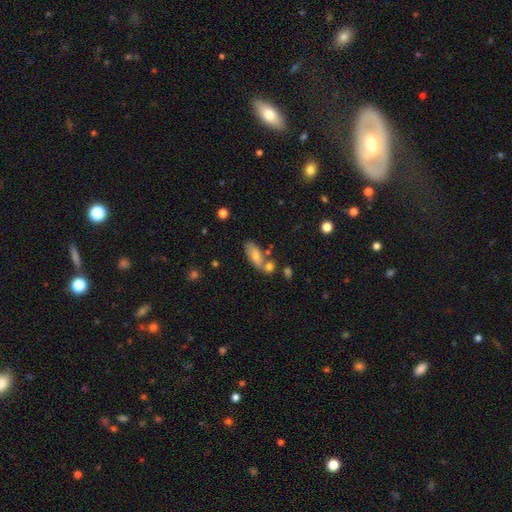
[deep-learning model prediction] Smooth or featured? smooth (63%)
How rounded? in between (77%)
Merging? none (53%)